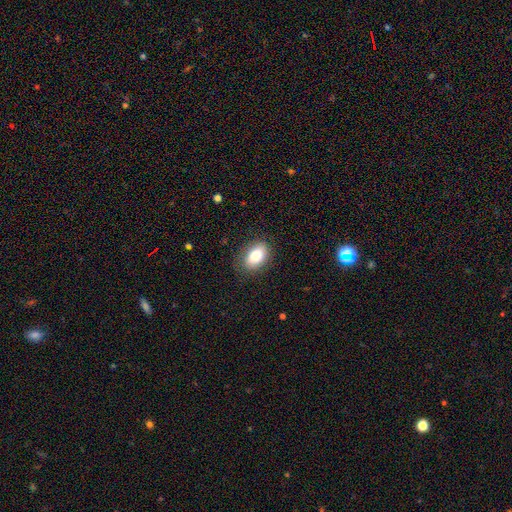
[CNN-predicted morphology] type=smooth (85%); roundness=in between (90%); merging=none (81%).